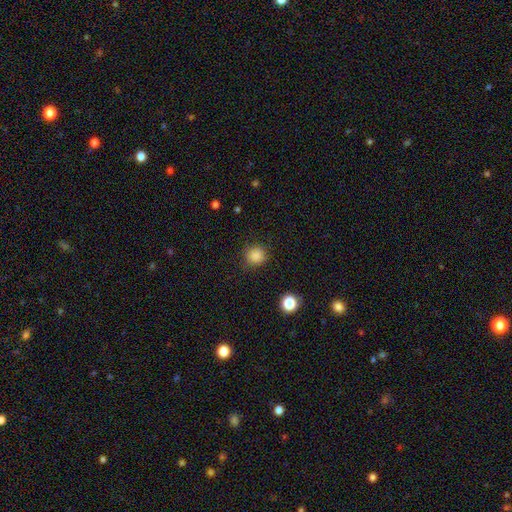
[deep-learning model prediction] smooth-or-featured: smooth: 86% | star or artifact: 11% | featured or disk: 3%
  how-rounded: round: 90% | in between: 9% | cigar-shaped: 1%
  merging: none: 85% | minor disturbance: 10% | major disturbance: 3% | merger: 1%